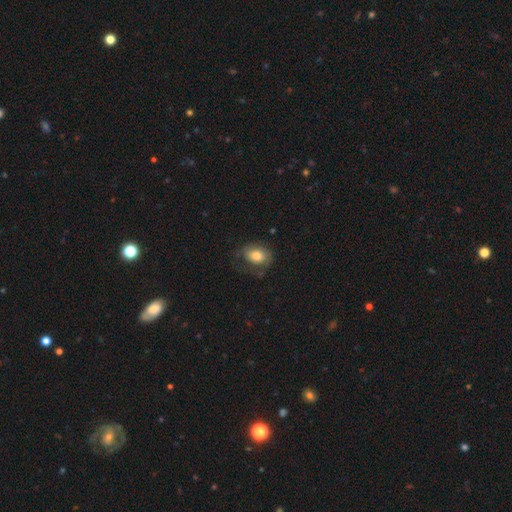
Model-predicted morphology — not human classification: Q: Smooth or featured?
A: smooth (73%); runner-up: featured or disk (19%)
Q: How rounded?
A: in between (74%); runner-up: round (25%)
Q: Merging?
A: none (57%); runner-up: minor disturbance (25%)